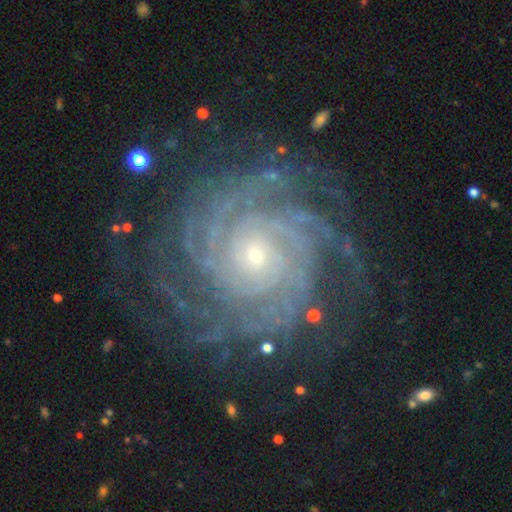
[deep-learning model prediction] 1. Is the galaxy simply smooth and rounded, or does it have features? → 91% featured or disk, 5% star or artifact, 3% smooth.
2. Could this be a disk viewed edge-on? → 98% no, 2% yes.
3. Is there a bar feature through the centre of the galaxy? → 74% no, 19% weak, 7% strong.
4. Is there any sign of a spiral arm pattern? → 98% yes, 2% no.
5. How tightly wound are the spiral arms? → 82% tight, 16% medium, 3% loose.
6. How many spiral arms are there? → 30% more than 4, 21% 4, 18% can't tell, 13% 3, 10% 2, 8% 1.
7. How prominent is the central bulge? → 68% small, 28% moderate, 2% large, 1% none, 1% dominant.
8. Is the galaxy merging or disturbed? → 77% none, 14% minor disturbance, 7% major disturbance, 1% merger.